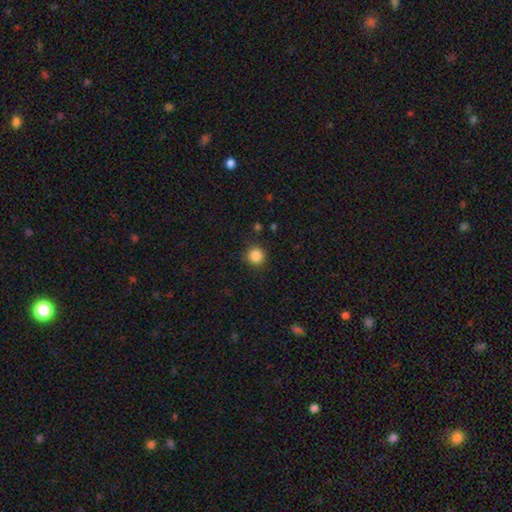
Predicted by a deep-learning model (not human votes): A smooth galaxy with no disk features (86%) that is round (94%). Merging: none (88%).